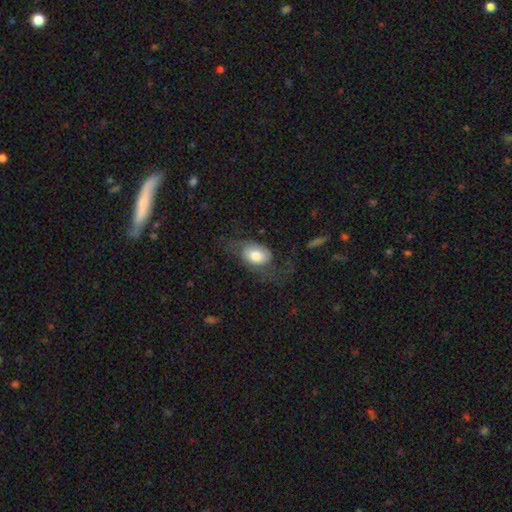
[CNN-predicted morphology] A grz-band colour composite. It shows a smooth galaxy with no disk features (63%) that is in between round and cigar-shaped (80%). Merging: major disturbance (38%).